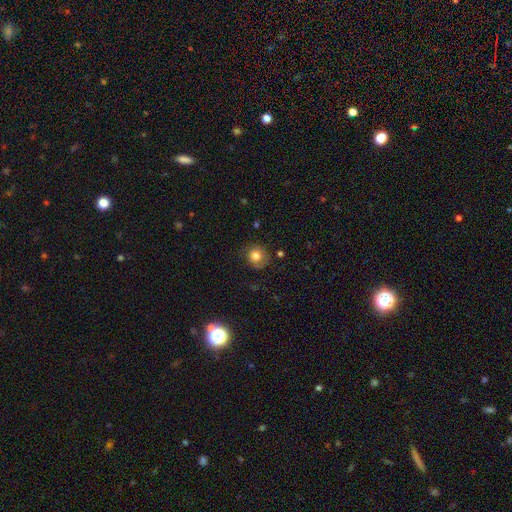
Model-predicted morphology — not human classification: Smooth or featured?
  - smooth: 78% *
  - featured or disk: 11%
  - star or artifact: 11%
How rounded?
  - round: 85% *
  - in between: 14%
  - cigar-shaped: 1%
Merging?
  - none: 76% *
  - minor disturbance: 17%
  - major disturbance: 5%
  - merger: 2%